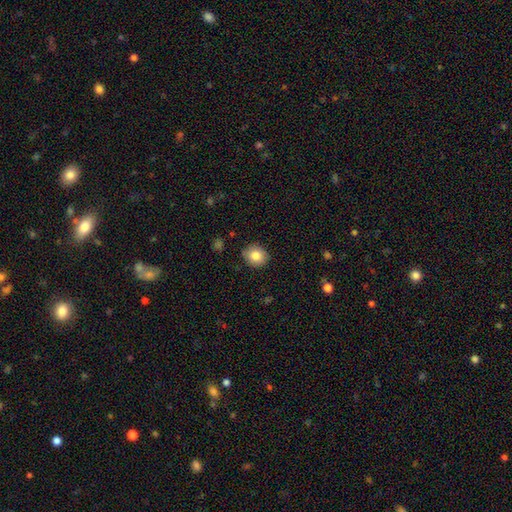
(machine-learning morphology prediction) smooth-or-featured: smooth: 83% | star or artifact: 9% | featured or disk: 9%
  how-rounded: round: 73% | in between: 26% | cigar-shaped: 1%
  merging: none: 87% | minor disturbance: 9% | major disturbance: 2% | merger: 1%